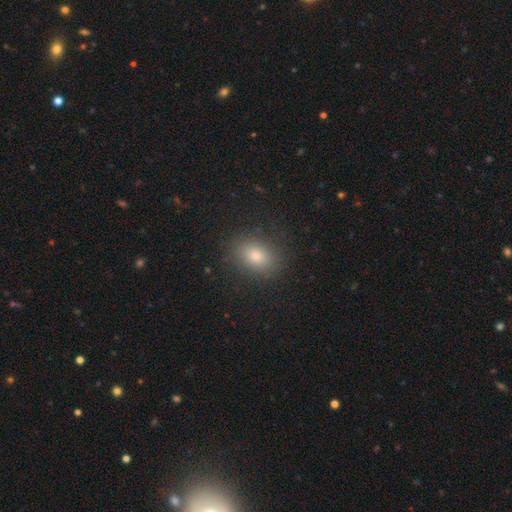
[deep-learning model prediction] This appears to be a smooth galaxy with no disk features (79%) that is in between round and cigar-shaped (65%). Merging: none (86%).